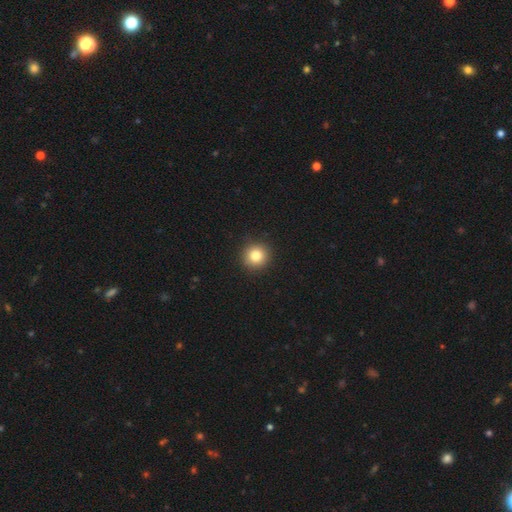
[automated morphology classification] smooth 82%, star or artifact 11%, featured or disk 7%. Down the decision tree: how rounded — round (93%); merging — none (92%).